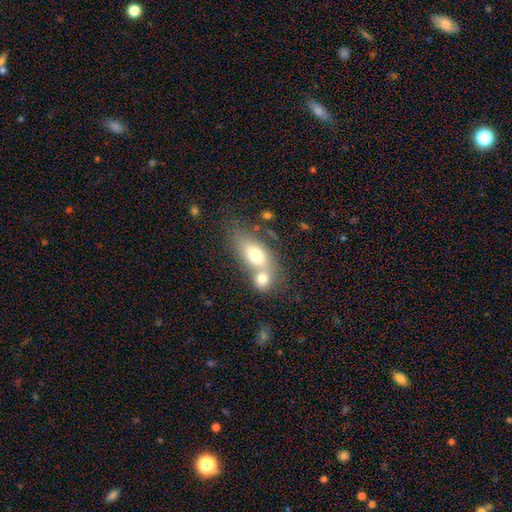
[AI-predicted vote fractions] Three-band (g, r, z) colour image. It shows a smooth galaxy with no disk features (68%) that is in between round and cigar-shaped (77%). Merging: merger (61%).